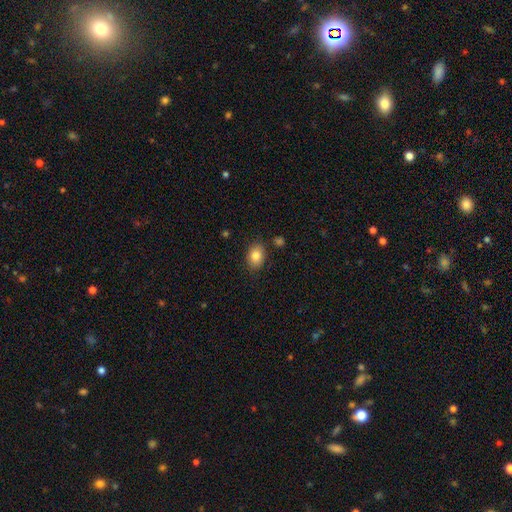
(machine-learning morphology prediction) smooth 83%, featured or disk 8%, star or artifact 8%. Down the decision tree: how rounded — in between (75%); merging — none (84%).